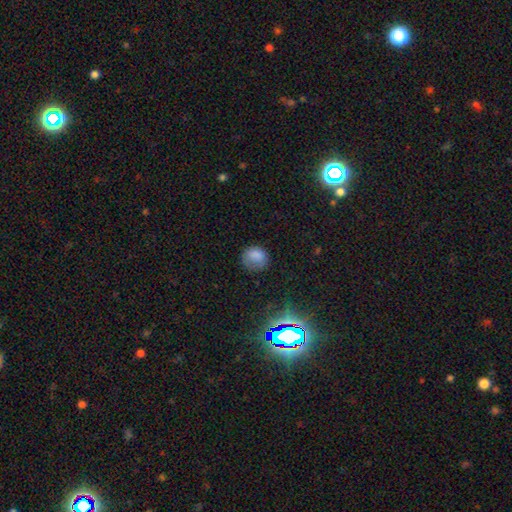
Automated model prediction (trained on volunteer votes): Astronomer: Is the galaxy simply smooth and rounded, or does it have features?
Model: smooth — 78%.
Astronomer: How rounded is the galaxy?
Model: round — 72%.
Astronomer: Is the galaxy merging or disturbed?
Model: none — 68%.